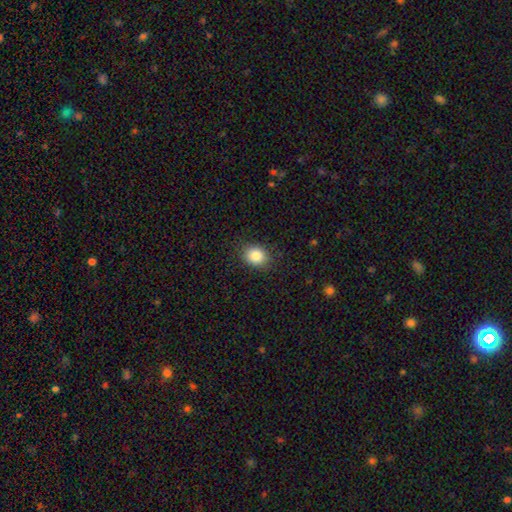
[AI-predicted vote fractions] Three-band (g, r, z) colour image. It shows a smooth galaxy with no disk features (86%) that is round (55%). Merging: none (87%).